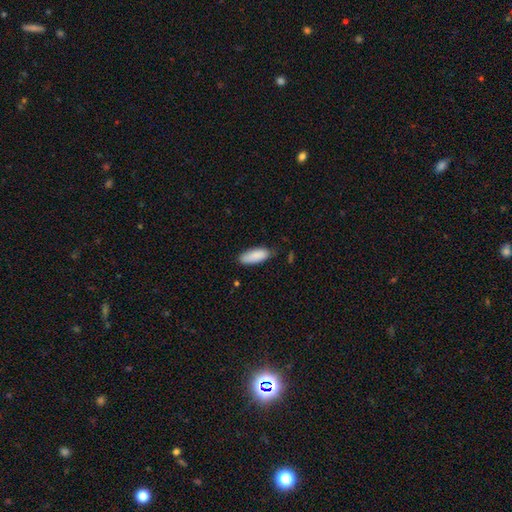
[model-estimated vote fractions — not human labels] Smooth or featured?
  - smooth: 88% *
  - featured or disk: 6%
  - star or artifact: 6%
How rounded?
  - in between: 78% *
  - cigar-shaped: 20%
  - round: 2%
Merging?
  - none: 75% *
  - minor disturbance: 20%
  - major disturbance: 3%
  - merger: 1%